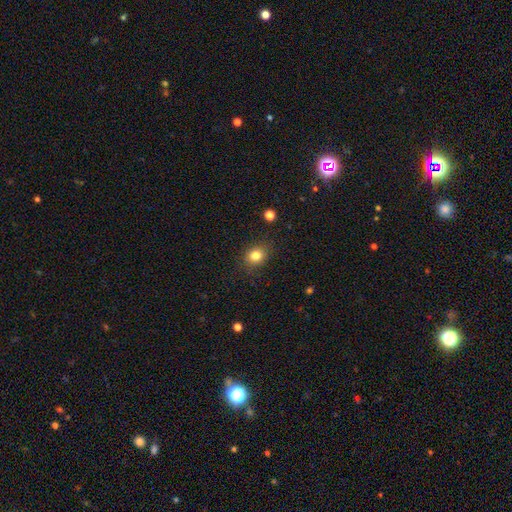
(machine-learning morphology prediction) smooth-or-featured: smooth: 82% | star or artifact: 12% | featured or disk: 7%
  how-rounded: round: 62% | in between: 37% | cigar-shaped: 1%
  merging: none: 87% | minor disturbance: 9% | major disturbance: 3% | merger: 1%